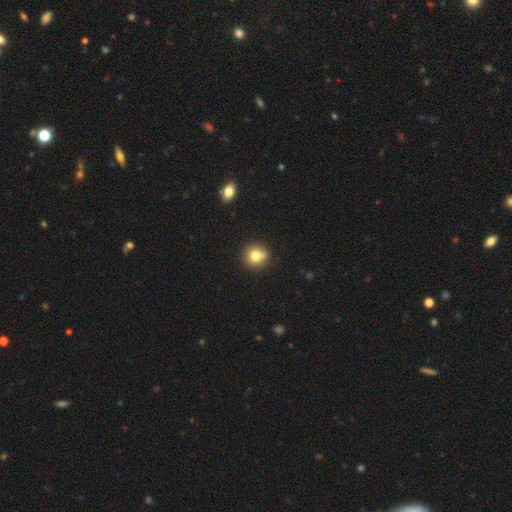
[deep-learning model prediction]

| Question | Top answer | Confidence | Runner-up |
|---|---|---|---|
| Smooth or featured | smooth | 78% | featured or disk (11%) |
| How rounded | round | 90% | in between (9%) |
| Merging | none | 75% | minor disturbance (13%) |